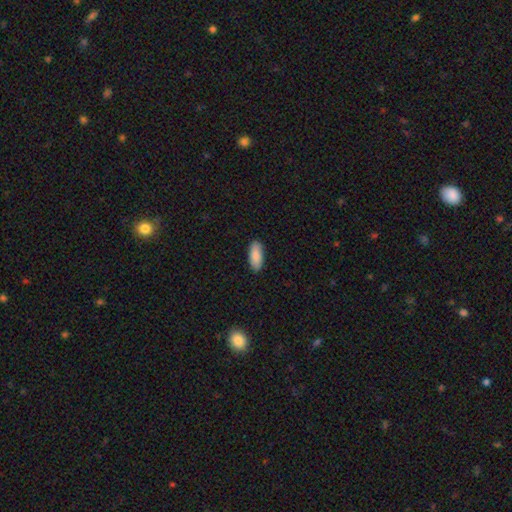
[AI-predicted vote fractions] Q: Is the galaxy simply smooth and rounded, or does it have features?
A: smooth — 89%.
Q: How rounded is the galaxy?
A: in between — 84%.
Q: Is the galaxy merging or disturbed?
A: none — 89%.